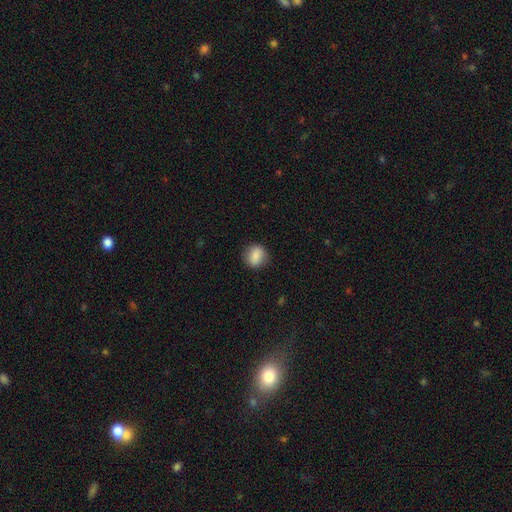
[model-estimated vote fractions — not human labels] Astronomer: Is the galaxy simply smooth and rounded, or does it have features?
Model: smooth — 85%.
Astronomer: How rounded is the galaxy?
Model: round — 62% (runner-up: in between, 37%).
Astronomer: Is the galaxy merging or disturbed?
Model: none — 84%.